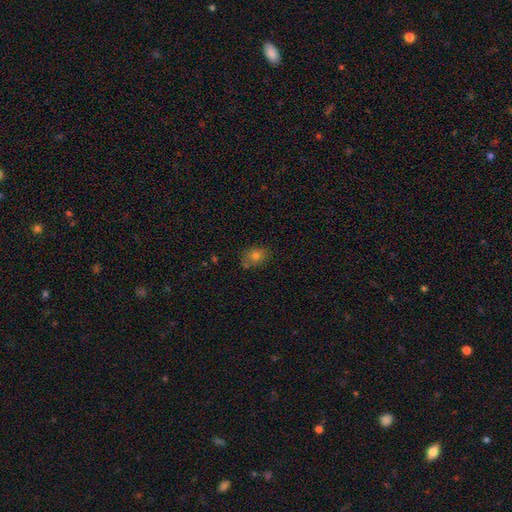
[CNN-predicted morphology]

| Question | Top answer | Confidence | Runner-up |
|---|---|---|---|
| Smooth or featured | smooth | 74% | star or artifact (16%) |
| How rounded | in between | 56% | round (42%) |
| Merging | none | 74% | minor disturbance (17%) |